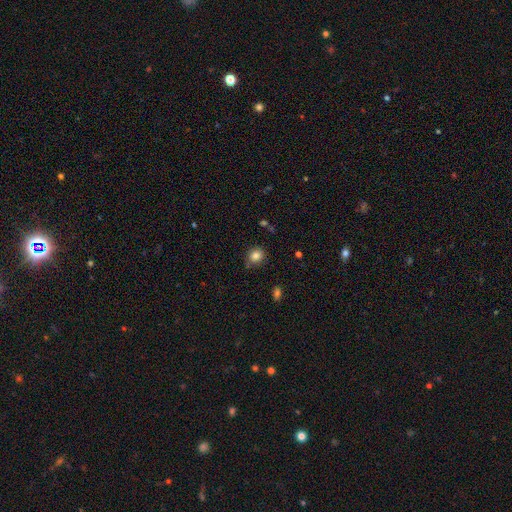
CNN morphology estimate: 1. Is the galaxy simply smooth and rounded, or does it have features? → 83% smooth, 11% star or artifact, 6% featured or disk.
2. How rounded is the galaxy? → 76% round, 23% in between, 1% cigar-shaped.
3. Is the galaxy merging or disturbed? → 77% none, 17% minor disturbance, 4% major disturbance, 3% merger.